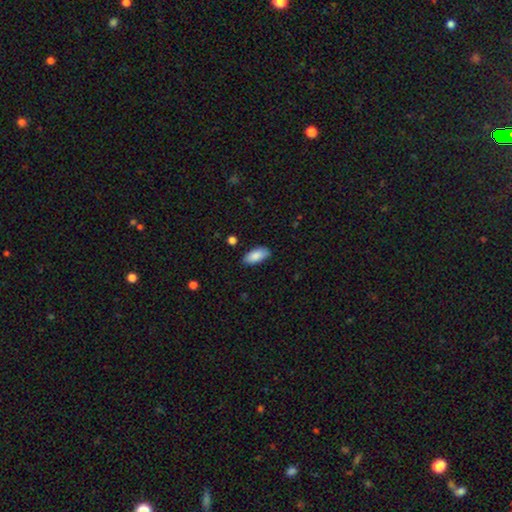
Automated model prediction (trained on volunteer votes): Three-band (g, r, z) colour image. It shows a smooth galaxy with no disk features (88%) that is in between round and cigar-shaped (90%). Merging: none (85%).